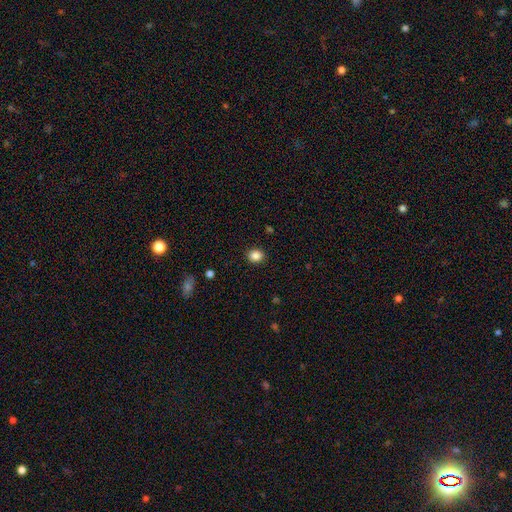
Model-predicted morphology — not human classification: smooth_or_featured: smooth (p=0.86) [alt: star or artifact p=0.10]
how_rounded: round (p=0.76) [alt: in between p=0.23]
merging: none (p=0.90) [alt: minor disturbance p=0.07]